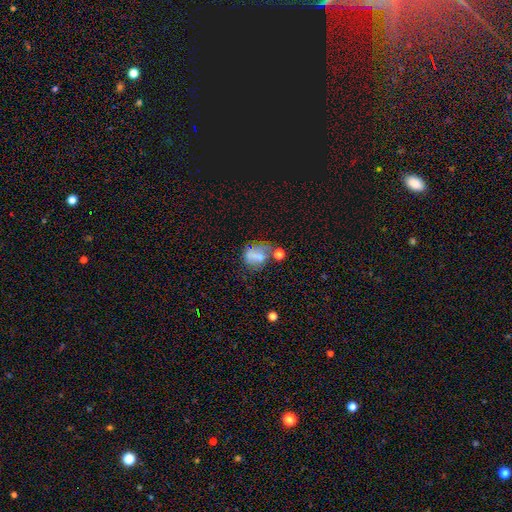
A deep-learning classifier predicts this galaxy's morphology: type=smooth (56%); roundness=in between (51%); merging=none (35%).